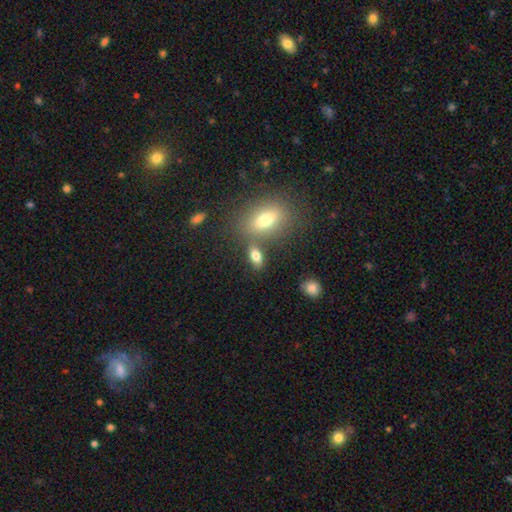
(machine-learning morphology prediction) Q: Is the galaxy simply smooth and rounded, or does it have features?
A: smooth — 77%.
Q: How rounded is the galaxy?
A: in between — 82%.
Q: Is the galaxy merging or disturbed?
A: none — 66%.